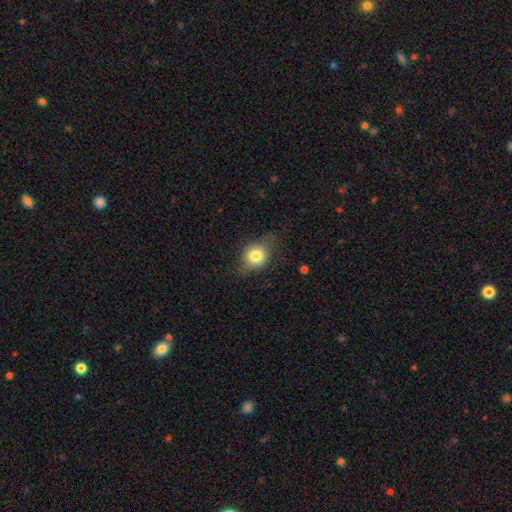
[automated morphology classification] Q: Smooth or featured?
A: smooth (75%); runner-up: featured or disk (16%)
Q: How rounded?
A: round (57%); runner-up: in between (42%)
Q: Merging?
A: none (62%); runner-up: minor disturbance (27%)